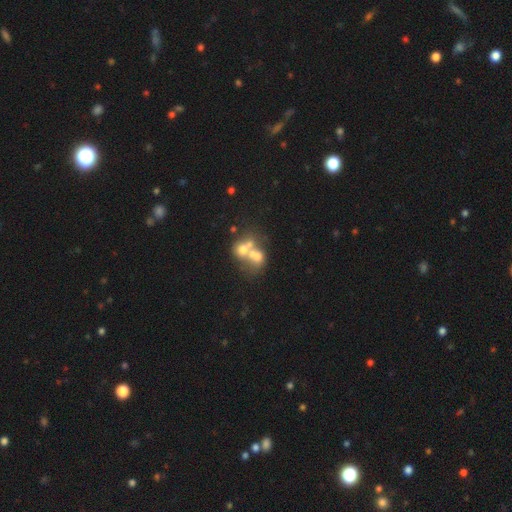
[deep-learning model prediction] Morphology: type=smooth (47%); merging=merger (63%).